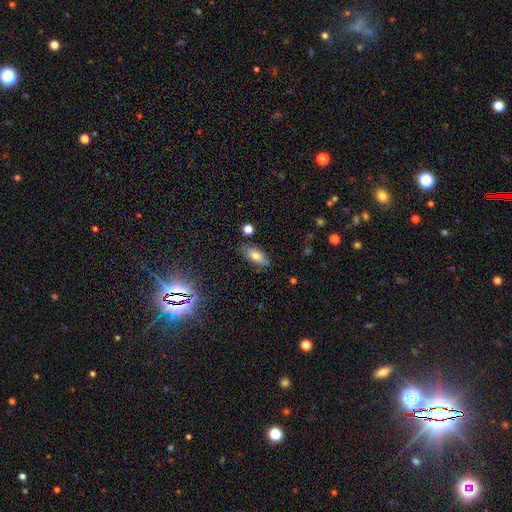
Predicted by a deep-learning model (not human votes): Smooth or featured? Predicted: smooth (p=0.71). How rounded? Predicted: in between (p=0.82). Merging? Predicted: none (p=0.78).